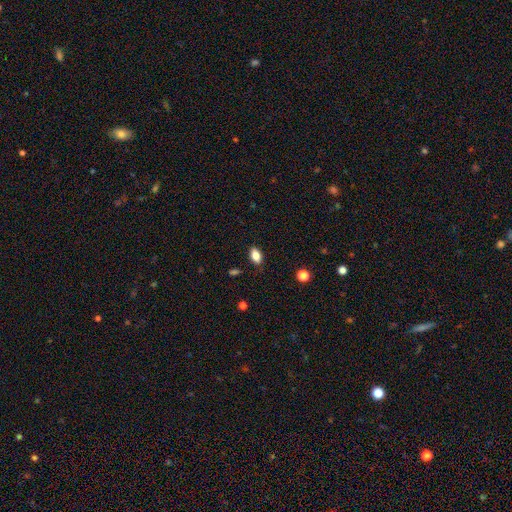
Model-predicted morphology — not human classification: This is clearly a smooth galaxy (83%). How rounded: clearly in between (89%). Merging: clearly none (85%).